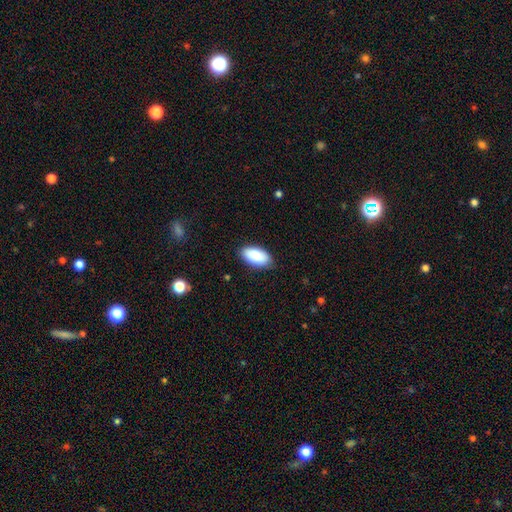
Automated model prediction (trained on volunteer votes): Smooth or featured: smooth — 88% (featured or disk — 6%)
How rounded: in between — 95% (cigar-shaped — 3%)
Merging: none — 84% (minor disturbance — 13%)